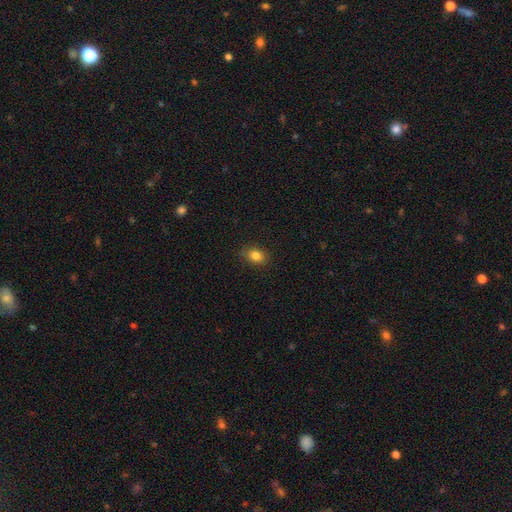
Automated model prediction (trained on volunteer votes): The model was most divided on "how rounded": in between: 60%, round: 38%, cigar-shaped: 1%. More confident: merging — none (85%); smooth or featured — smooth (84%).